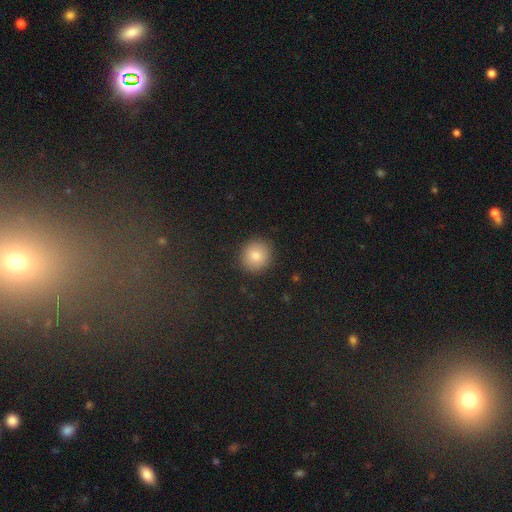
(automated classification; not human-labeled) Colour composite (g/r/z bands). It shows a smooth galaxy with no disk features (83%) that is round (88%). Merging: none (90%).